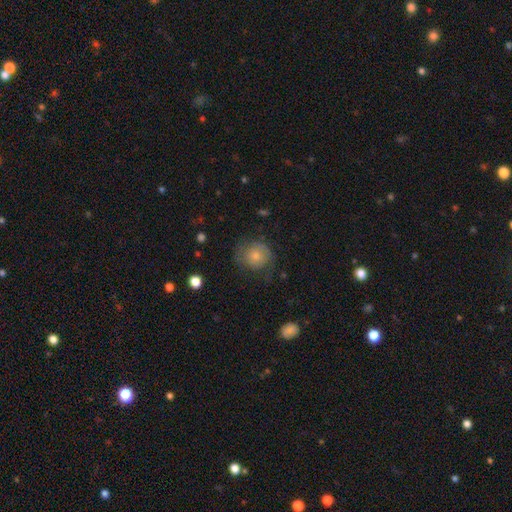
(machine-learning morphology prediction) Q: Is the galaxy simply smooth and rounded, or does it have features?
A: smooth — 69%.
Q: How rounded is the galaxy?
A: round — 85%.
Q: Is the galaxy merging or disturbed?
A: none — 59%.